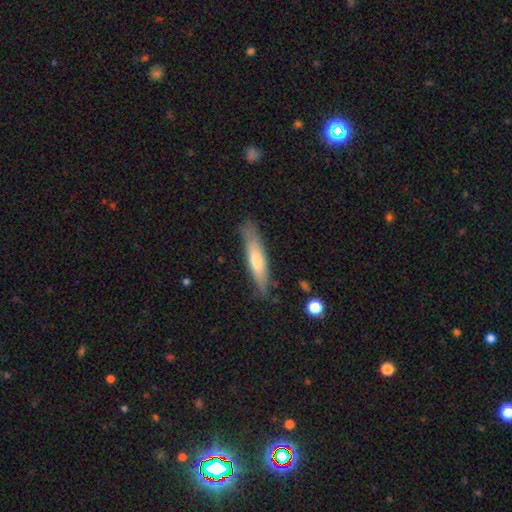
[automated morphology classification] This appears to be a smooth galaxy with no disk features (53%) that is cigar-shaped (88%). Merging: none (84%).